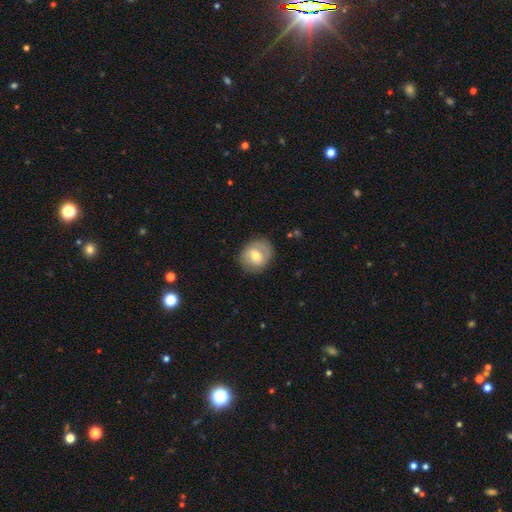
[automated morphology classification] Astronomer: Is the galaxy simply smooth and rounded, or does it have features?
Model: smooth — 55% (runner-up: featured or disk, 38%).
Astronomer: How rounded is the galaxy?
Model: round — 71%.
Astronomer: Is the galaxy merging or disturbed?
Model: none — 78%.